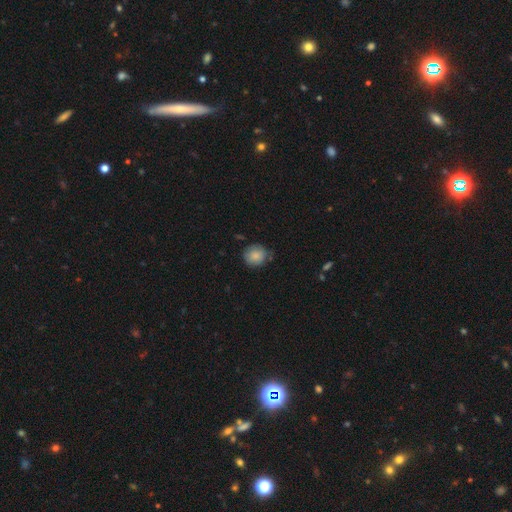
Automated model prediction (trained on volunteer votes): Smooth or featured?
  - smooth: 86% *
  - star or artifact: 8%
  - featured or disk: 7%
How rounded?
  - round: 83% *
  - in between: 16%
  - cigar-shaped: 1%
Merging?
  - none: 72% *
  - minor disturbance: 22%
  - major disturbance: 4%
  - merger: 2%